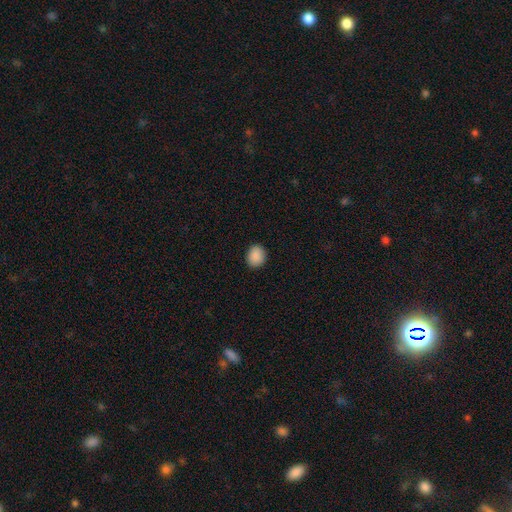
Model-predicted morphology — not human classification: Smooth or featured? smooth (90%)
How rounded? round (60%)
Merging? none (89%)